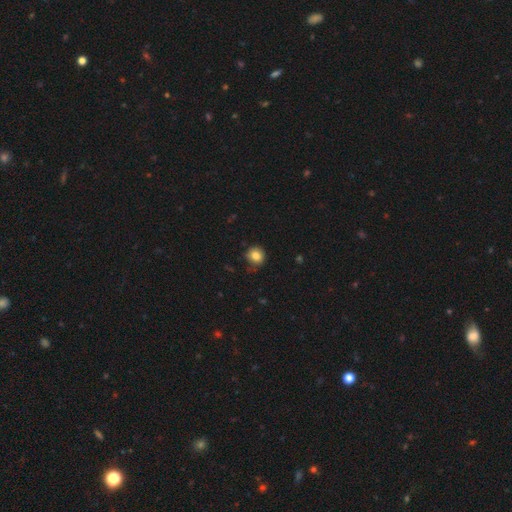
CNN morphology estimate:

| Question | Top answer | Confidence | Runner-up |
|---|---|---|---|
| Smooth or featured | smooth | 83% | star or artifact (10%) |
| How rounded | round | 87% | in between (12%) |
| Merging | none | 75% | minor disturbance (19%) |